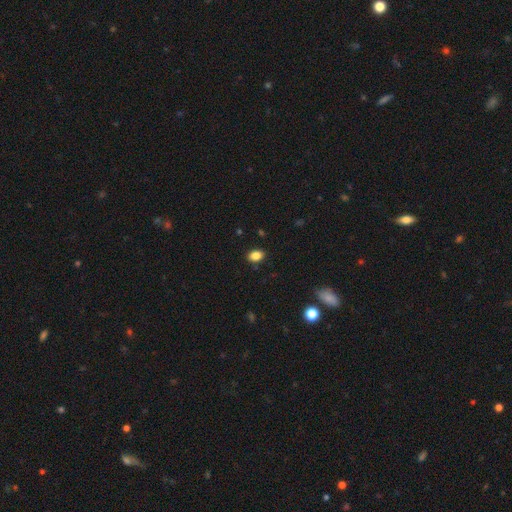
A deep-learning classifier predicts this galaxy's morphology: Q: Smooth or featured?
A: smooth (86%); runner-up: star or artifact (10%)
Q: How rounded?
A: in between (75%); runner-up: round (24%)
Q: Merging?
A: none (88%); runner-up: minor disturbance (8%)